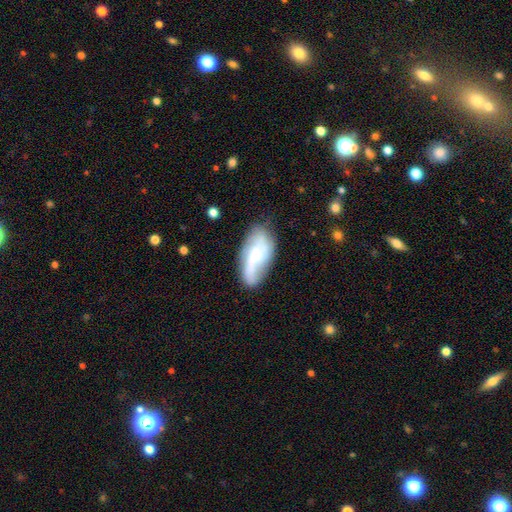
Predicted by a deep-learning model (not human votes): smooth-or-featured: featured or disk: 55% | smooth: 38% | star or artifact: 7%
  disk-edge-on: no: 91% | yes: 9%
  merging: none: 64% | minor disturbance: 24% | major disturbance: 9% | merger: 3%